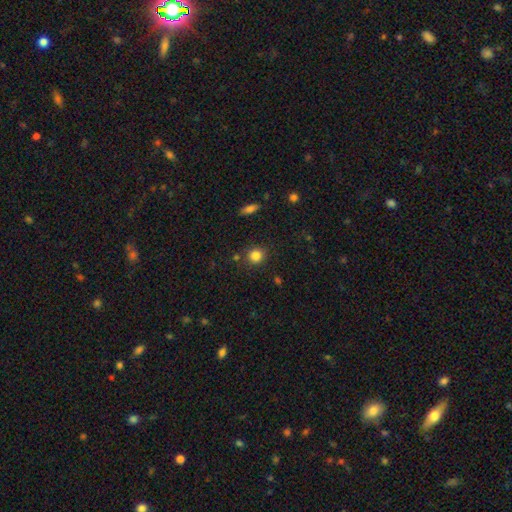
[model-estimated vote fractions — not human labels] A smooth galaxy with no disk features (84%) that is round (85%). Merging: none (84%).